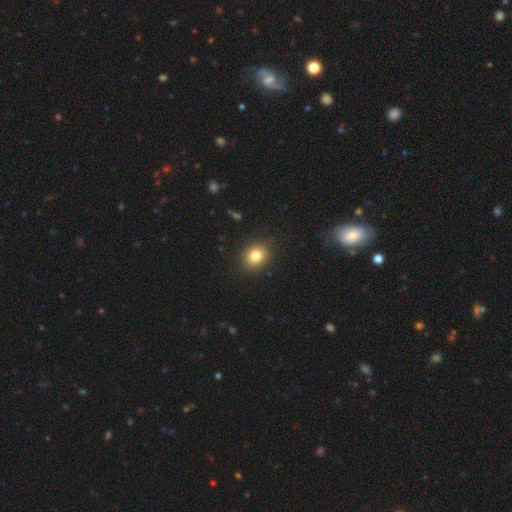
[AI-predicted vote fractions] smooth-or-featured: smooth: 82% | star or artifact: 11% | featured or disk: 8%
  how-rounded: round: 56% | in between: 43% | cigar-shaped: 1%
  merging: none: 87% | minor disturbance: 9% | major disturbance: 3% | merger: 1%